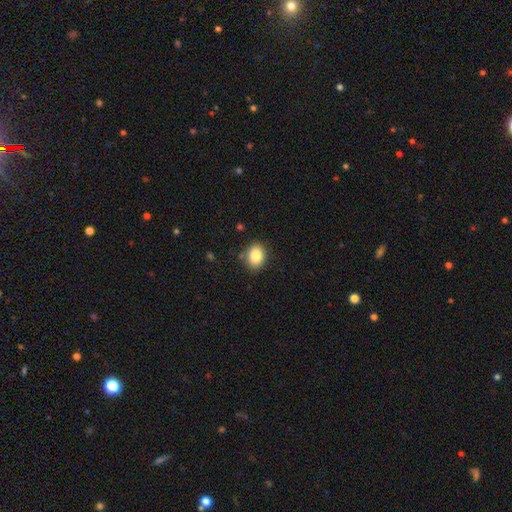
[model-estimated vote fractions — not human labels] A smooth galaxy with no disk features (85%) that is in between round and cigar-shaped (59%). Merging: none (84%).